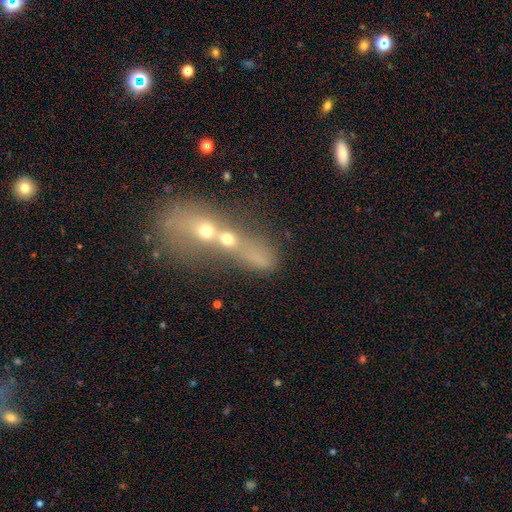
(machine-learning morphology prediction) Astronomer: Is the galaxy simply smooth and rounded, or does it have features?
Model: smooth — 46% (runner-up: featured or disk, 32%).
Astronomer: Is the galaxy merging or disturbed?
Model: merger — 73%.